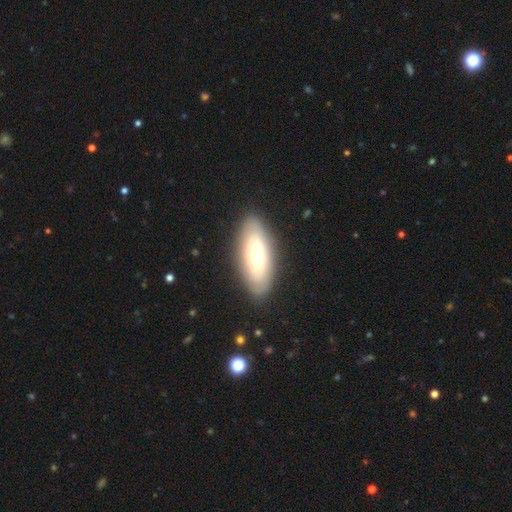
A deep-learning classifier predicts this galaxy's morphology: Smooth or featured: smooth — 61% (featured or disk — 33%)
How rounded: in between — 82% (cigar-shaped — 15%)
Merging: none — 86% (minor disturbance — 10%)